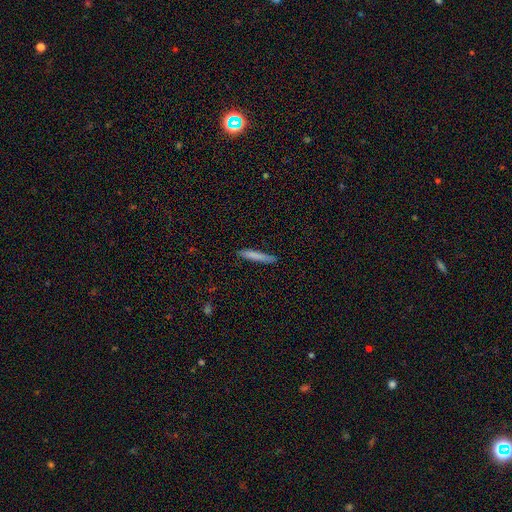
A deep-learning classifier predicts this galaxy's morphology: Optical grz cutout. It shows a smooth galaxy with no disk features (77%) that is cigar-shaped (95%). Merging: none (88%).